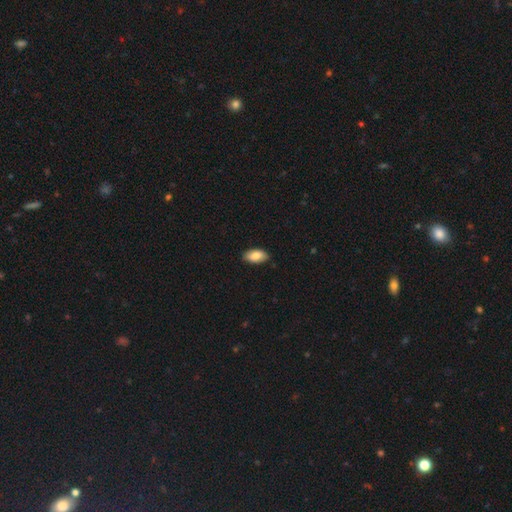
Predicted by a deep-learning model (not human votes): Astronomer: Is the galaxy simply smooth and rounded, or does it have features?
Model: smooth — 85%.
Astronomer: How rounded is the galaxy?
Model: in between — 94%.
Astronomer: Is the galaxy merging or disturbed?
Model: none — 86%.